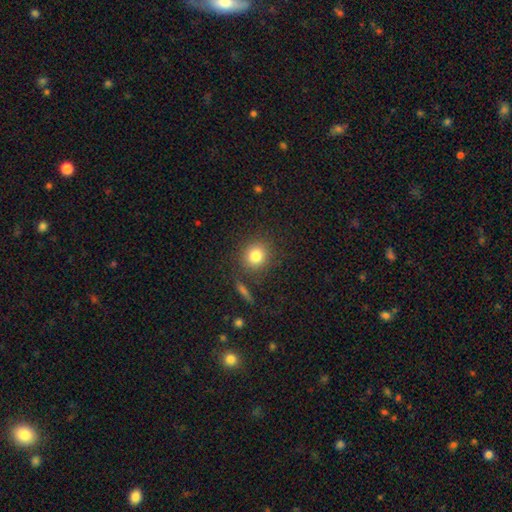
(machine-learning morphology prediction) This appears to be a smooth galaxy with no disk features (82%) that is round (85%). Merging: none (83%).